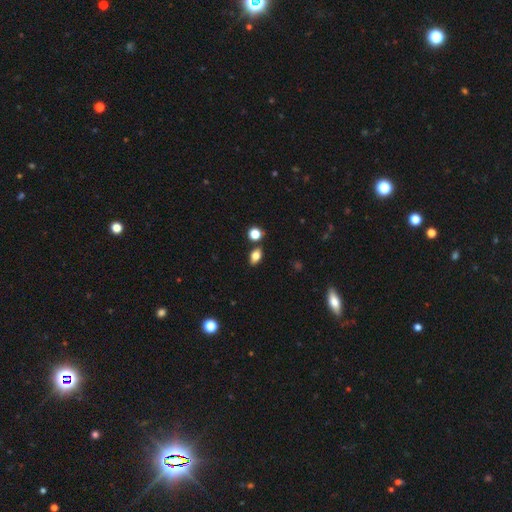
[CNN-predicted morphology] Smooth or featured?
  - smooth: 79% *
  - star or artifact: 11%
  - featured or disk: 10%
How rounded?
  - in between: 82% *
  - round: 15%
  - cigar-shaped: 3%
Merging?
  - none: 79% *
  - minor disturbance: 10%
  - merger: 8%
  - major disturbance: 3%